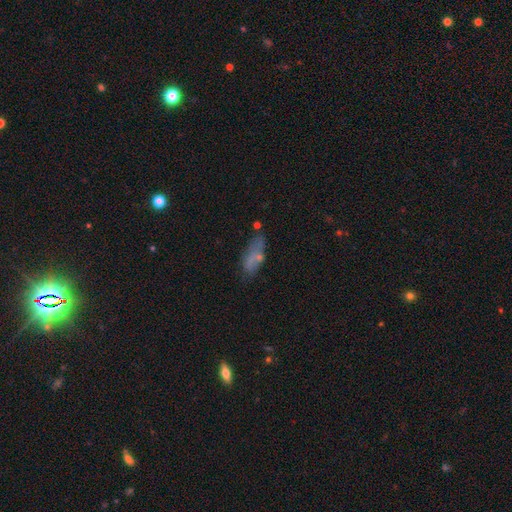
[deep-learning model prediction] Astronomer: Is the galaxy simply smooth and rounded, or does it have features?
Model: smooth — 54% (runner-up: featured or disk, 30%).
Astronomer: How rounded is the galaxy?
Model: in between — 63%.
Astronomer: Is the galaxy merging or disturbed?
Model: none — 59%.